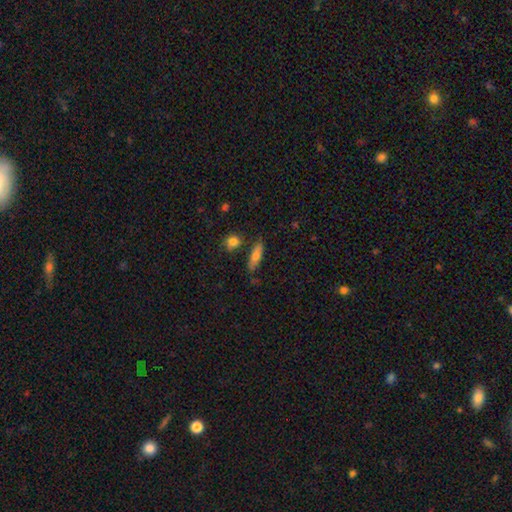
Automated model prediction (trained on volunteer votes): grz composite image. It shows a smooth galaxy with no disk features (72%) that is cigar-shaped (59%). Merging: none (76%).